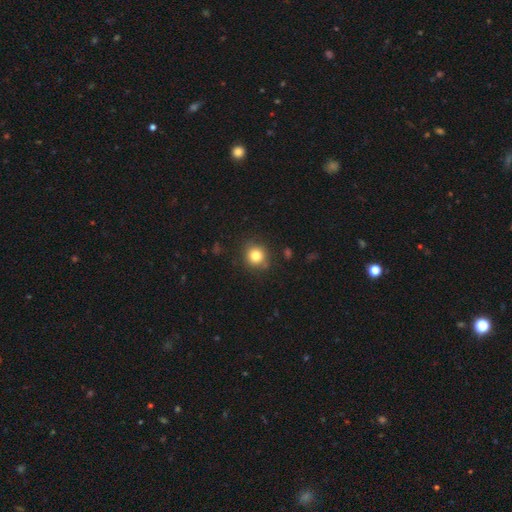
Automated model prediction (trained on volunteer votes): The model was most divided on "smooth or featured": smooth: 81%, star or artifact: 11%, featured or disk: 7%. More confident: how rounded — round (90%); merging — none (86%).